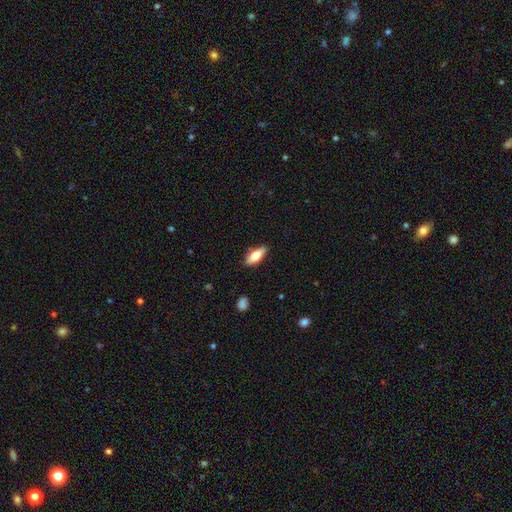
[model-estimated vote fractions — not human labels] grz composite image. It shows a smooth galaxy with no disk features (74%) that is in between round and cigar-shaped (74%). Merging: none (86%).